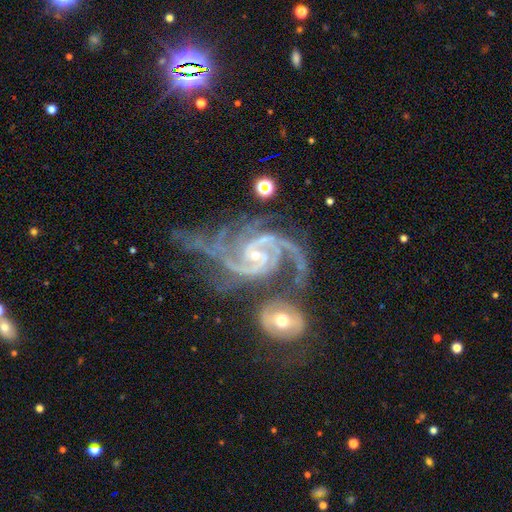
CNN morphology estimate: A featured or disk galaxy (93%) with no bar (43%), 2 (42%) medium (53%) spiral arms (99%) and a small central bulge (72%). Merging: none (33%).